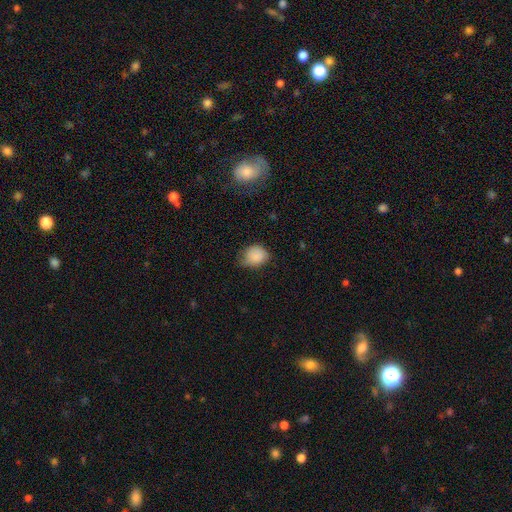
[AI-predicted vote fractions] This appears to be a smooth galaxy with no disk features (84%) that is round (62%). Merging: none (49%).